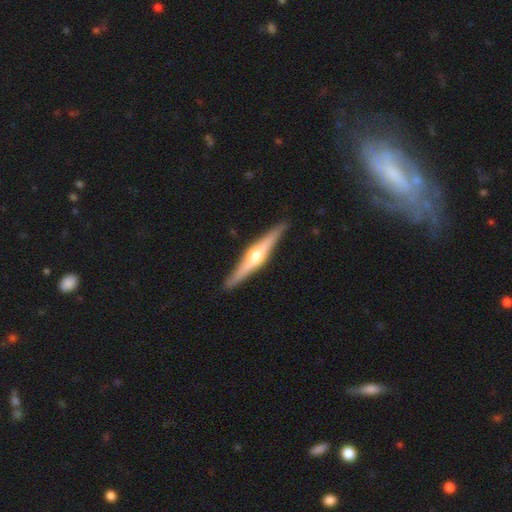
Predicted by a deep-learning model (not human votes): Q: Smooth or featured?
A: featured or disk (75%); runner-up: smooth (20%)
Q: Edge-on disk?
A: yes (98%); runner-up: no (2%)
Q: Edge-on bulge?
A: rounded (93%); runner-up: boxy (4%)
Q: Merging?
A: none (91%); runner-up: minor disturbance (7%)